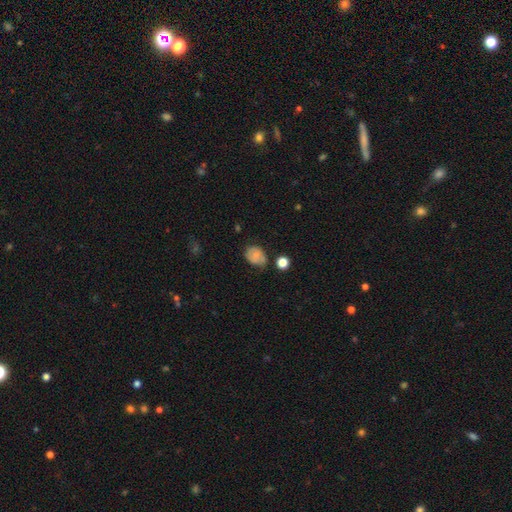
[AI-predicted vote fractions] smooth-or-featured: smooth: 70% | featured or disk: 20% | star or artifact: 10%
  how-rounded: in between: 55% | round: 44% | cigar-shaped: 1%
  merging: none: 55% | minor disturbance: 33% | major disturbance: 8% | merger: 5%